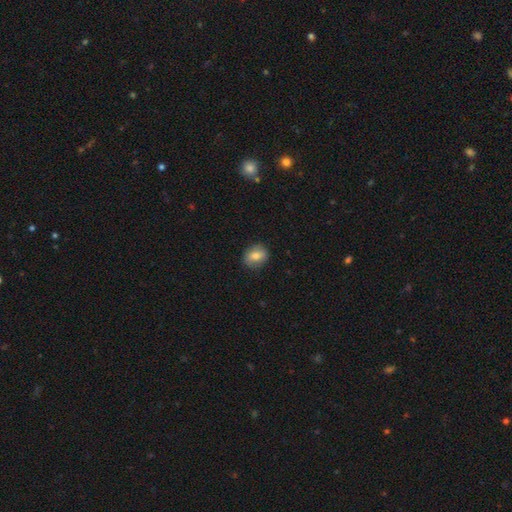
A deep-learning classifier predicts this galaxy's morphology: Overall: smooth (75%). How rounded: in between (50%; round 48%). Merging: none (85%).